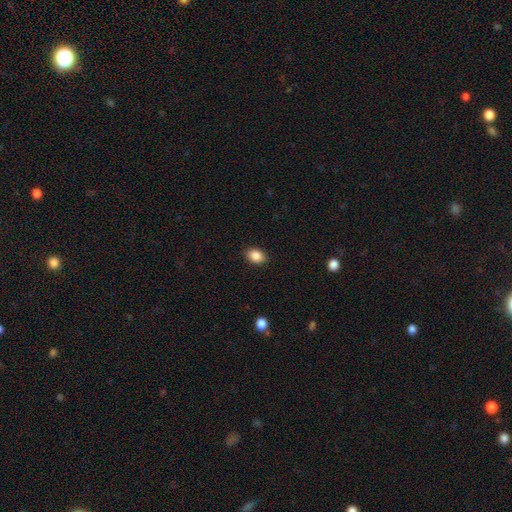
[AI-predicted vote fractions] smooth 87%, star or artifact 8%, featured or disk 5%. Down the decision tree: how rounded — in between (78%); merging — none (88%).